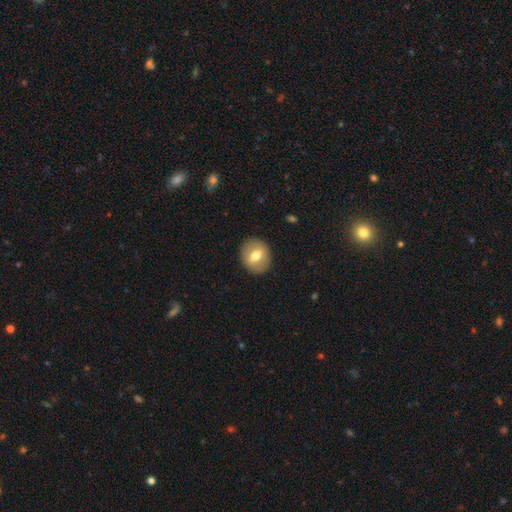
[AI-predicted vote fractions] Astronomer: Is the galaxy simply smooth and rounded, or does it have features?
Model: smooth — 62%.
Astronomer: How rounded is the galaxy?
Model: round — 76%.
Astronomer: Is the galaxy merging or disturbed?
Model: none — 89%.